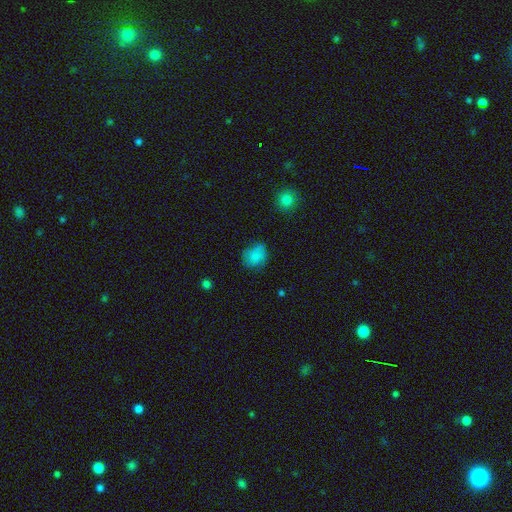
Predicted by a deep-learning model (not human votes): Overall: smooth (81%). How rounded: round (56%; in between 42%). Merging: none (63%; minor disturbance 27%).